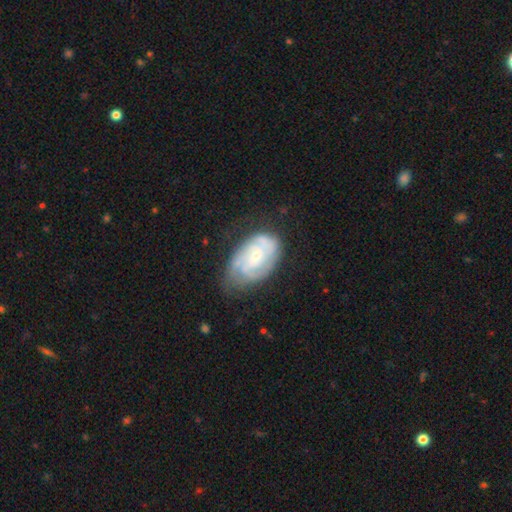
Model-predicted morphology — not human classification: featured or disk 75%, smooth 19%, star or artifact 6%. Down the decision tree: edge-on disk — no (97%); bar — no (56%); spiral arms — yes (90%); spiral arm count — 2 (39%); spiral winding — tight (58%); bulge size — small (60%); merging — none (56%).